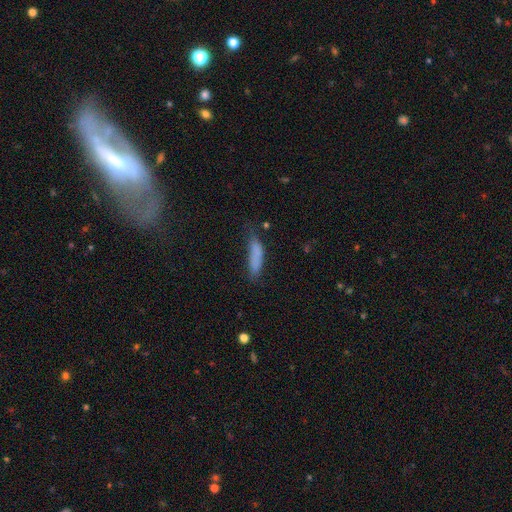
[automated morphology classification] Smooth or featured: smooth — 79% (featured or disk — 11%)
How rounded: cigar-shaped — 68% (in between — 30%)
Merging: none — 50% (minor disturbance — 31%)